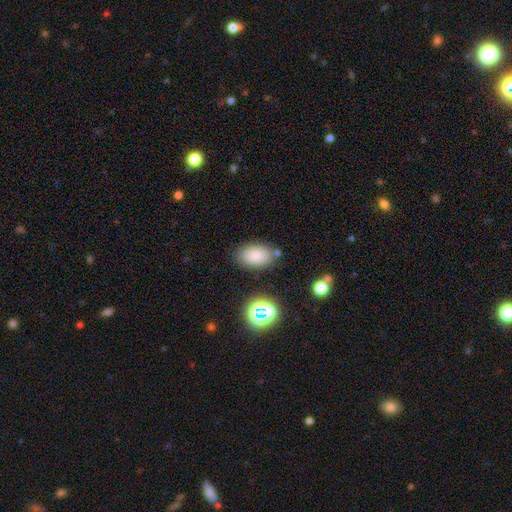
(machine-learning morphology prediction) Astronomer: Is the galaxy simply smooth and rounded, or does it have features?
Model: smooth — 82%.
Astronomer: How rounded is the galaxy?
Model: in between — 90%.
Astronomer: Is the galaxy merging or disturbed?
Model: none — 79%.